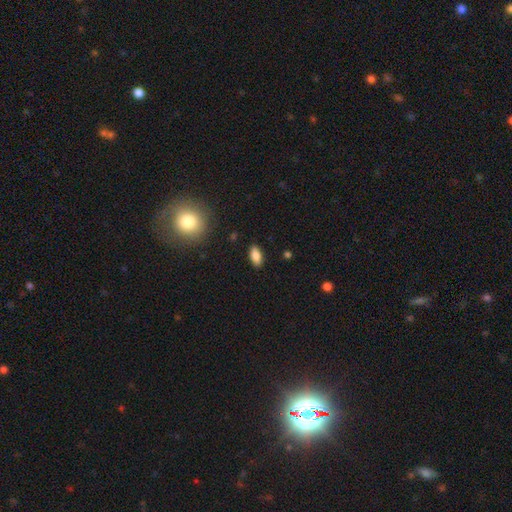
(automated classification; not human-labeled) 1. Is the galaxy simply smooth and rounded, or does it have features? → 84% smooth, 8% featured or disk, 8% star or artifact.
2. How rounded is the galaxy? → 89% in between, 8% cigar-shaped, 3% round.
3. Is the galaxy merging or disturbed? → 88% none, 9% minor disturbance, 2% major disturbance, 1% merger.